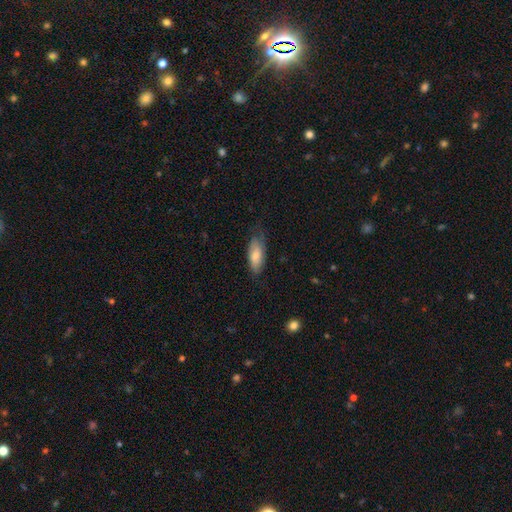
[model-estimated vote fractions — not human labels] Morphology: type=smooth (76%); roundness=in between (79%); merging=none (63%).